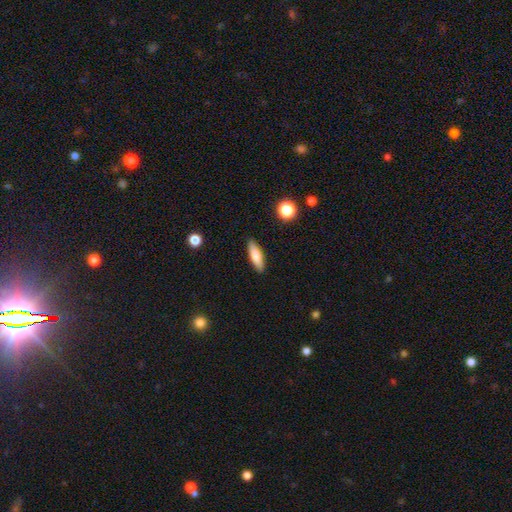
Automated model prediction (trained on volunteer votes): Smooth or featured? smooth (76%)
How rounded? cigar-shaped (52%)
Merging? none (89%)